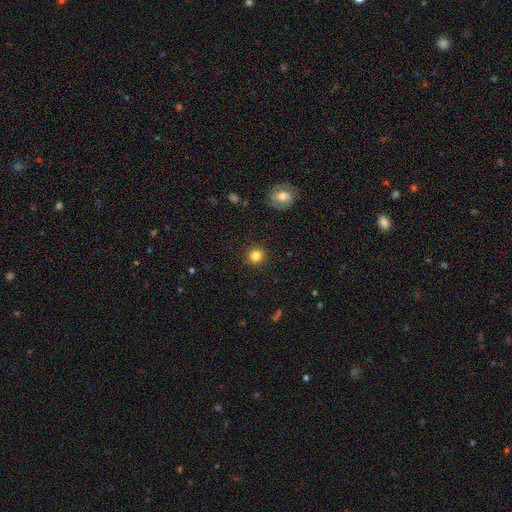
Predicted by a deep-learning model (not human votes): Smooth or featured?
  - smooth: 83% *
  - star or artifact: 11%
  - featured or disk: 6%
How rounded?
  - round: 92% *
  - in between: 7%
  - cigar-shaped: 1%
Merging?
  - none: 91% *
  - minor disturbance: 6%
  - major disturbance: 2%
  - merger: 1%